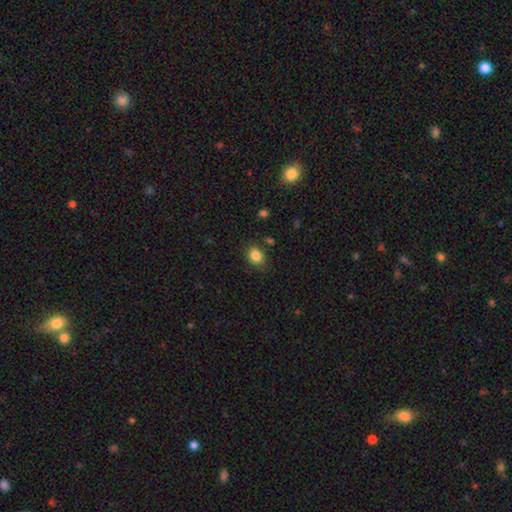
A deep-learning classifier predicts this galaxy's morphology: This is clearly a smooth galaxy (85%). How rounded: possibly in between (57%). Merging: clearly none (81%).